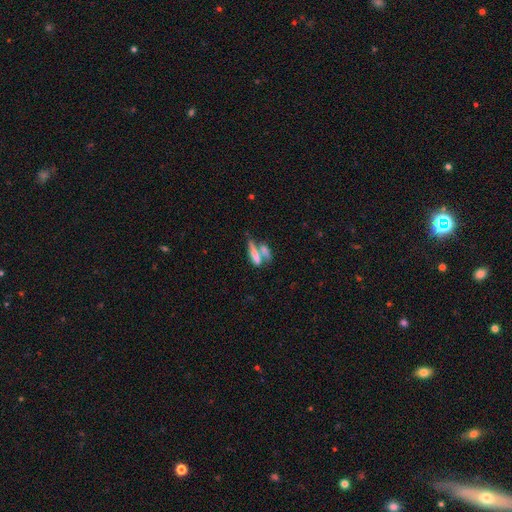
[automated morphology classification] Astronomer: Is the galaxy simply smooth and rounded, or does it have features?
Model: smooth — 66%.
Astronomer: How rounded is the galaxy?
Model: cigar-shaped — 57% (runner-up: in between, 39%).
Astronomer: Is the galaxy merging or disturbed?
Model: merger — 55% (runner-up: none, 31%).